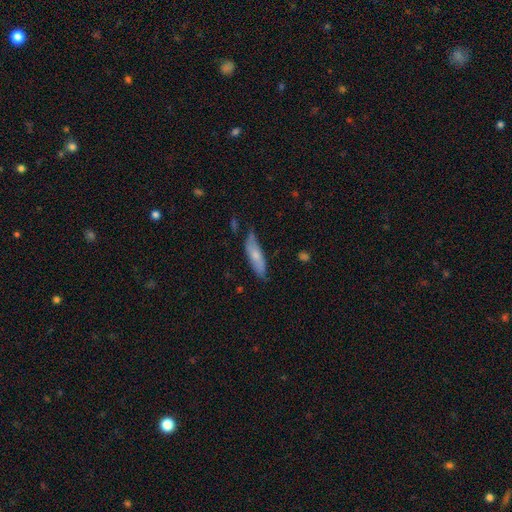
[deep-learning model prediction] Smooth or featured: smooth — 64% (featured or disk — 30%)
How rounded: cigar-shaped — 58% (in between — 40%)
Merging: none — 67% (minor disturbance — 25%)